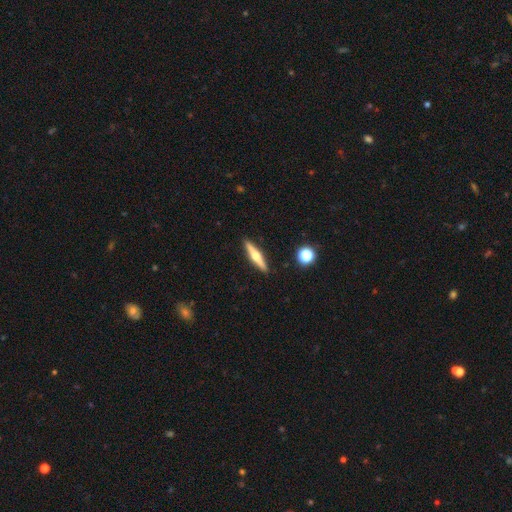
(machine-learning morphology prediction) featured or disk 67%, smooth 27%, star or artifact 6%. Down the decision tree: edge-on disk — yes (97%); edge-on bulge — rounded (94%); merging — none (91%).